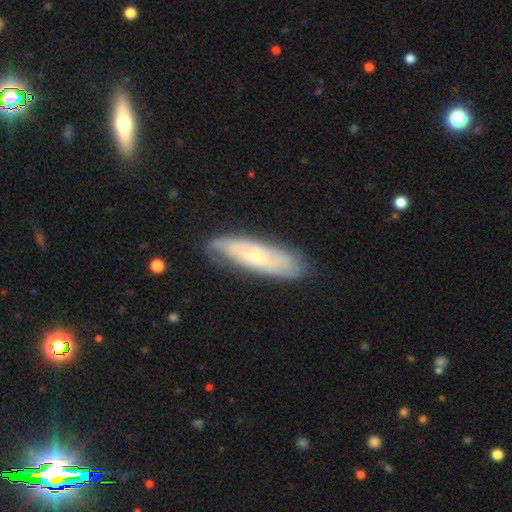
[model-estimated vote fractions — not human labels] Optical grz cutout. It shows a featured or disk galaxy (72%) with no bar (65%), spiral arms (86%) and a small central bulge (62%). Merging: none (77%).